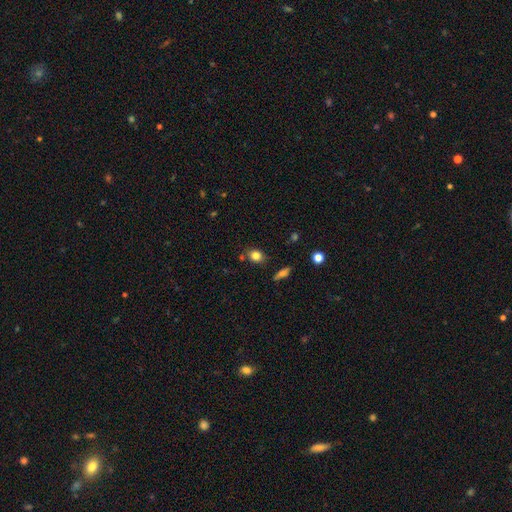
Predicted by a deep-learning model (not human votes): Smooth or featured: smooth — 81% (star or artifact — 11%)
How rounded: round — 51% (in between — 47%)
Merging: none — 78% (minor disturbance — 14%)